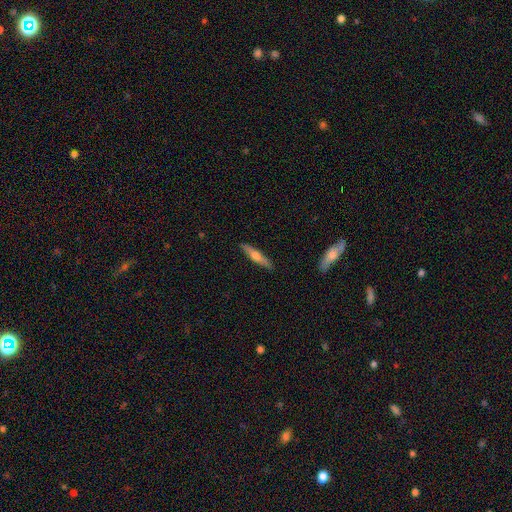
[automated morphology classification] Q: Smooth or featured?
A: featured or disk (53%); runner-up: smooth (42%)
Q: Edge-on disk?
A: yes (95%); runner-up: no (5%)
Q: Merging?
A: none (89%); runner-up: minor disturbance (8%)